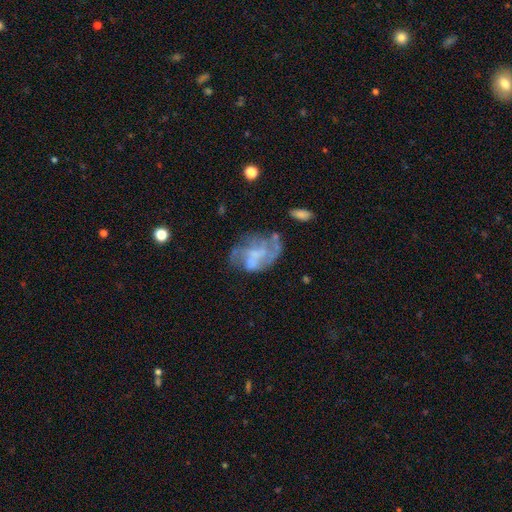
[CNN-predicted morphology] Smooth or featured? featured or disk (65%)
Edge-on disk? no (98%)
Bar? no (66%)
Spiral arms? no (54%)
Bulge size? none (56%)
Merging? none (40%)